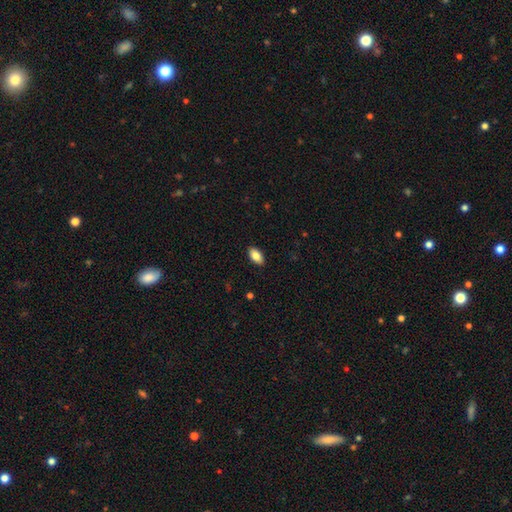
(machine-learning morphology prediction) smooth-or-featured: smooth: 84% | featured or disk: 9% | star or artifact: 7%
  how-rounded: in between: 92% | cigar-shaped: 5% | round: 3%
  merging: none: 89% | minor disturbance: 8% | major disturbance: 2% | merger: 1%